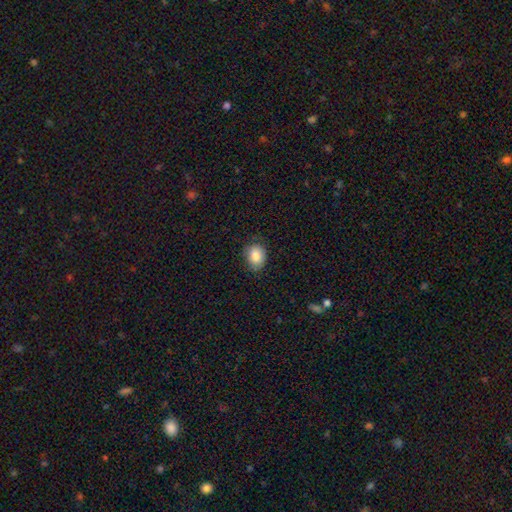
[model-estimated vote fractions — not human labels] Smooth or featured?
  - smooth: 83% *
  - star or artifact: 9%
  - featured or disk: 8%
How rounded?
  - round: 51% *
  - in between: 48%
  - cigar-shaped: 1%
Merging?
  - none: 77% *
  - minor disturbance: 18%
  - major disturbance: 4%
  - merger: 1%